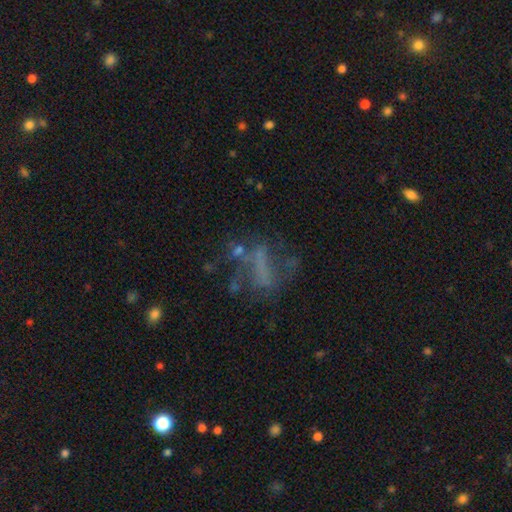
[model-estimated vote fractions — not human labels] featured or disk 42%, smooth 31%, star or artifact 26%. Down the decision tree: merging — none (48%).